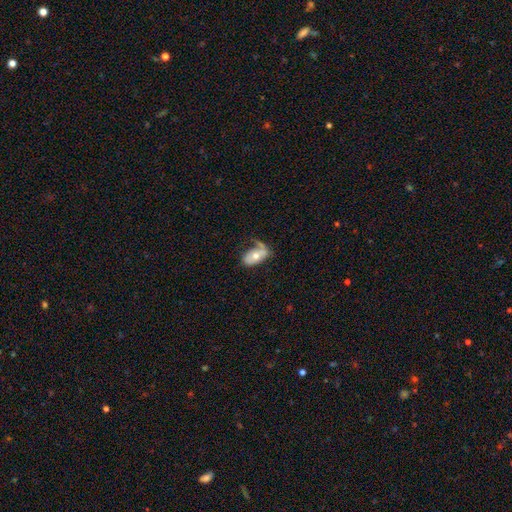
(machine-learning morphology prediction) Smooth or featured?
  - smooth: 54% *
  - featured or disk: 39%
  - star or artifact: 7%
How rounded?
  - in between: 92% *
  - round: 5%
  - cigar-shaped: 3%
Merging?
  - none: 37% *
  - minor disturbance: 28%
  - major disturbance: 24%
  - merger: 11%